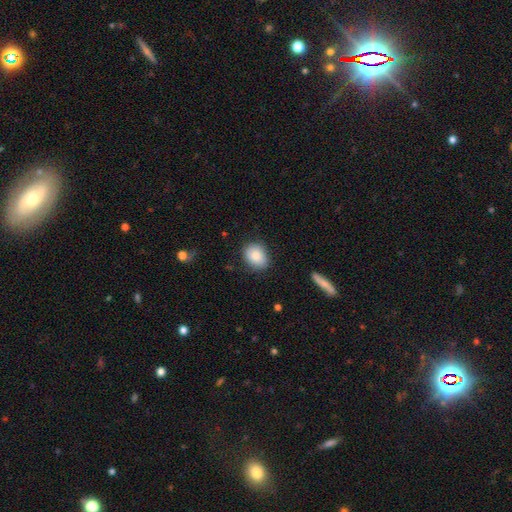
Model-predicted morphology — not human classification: Smooth or featured?
  - smooth: 85% *
  - star or artifact: 7%
  - featured or disk: 7%
How rounded?
  - in between: 52% *
  - round: 47%
  - cigar-shaped: 1%
Merging?
  - none: 82% *
  - minor disturbance: 13%
  - major disturbance: 3%
  - merger: 1%